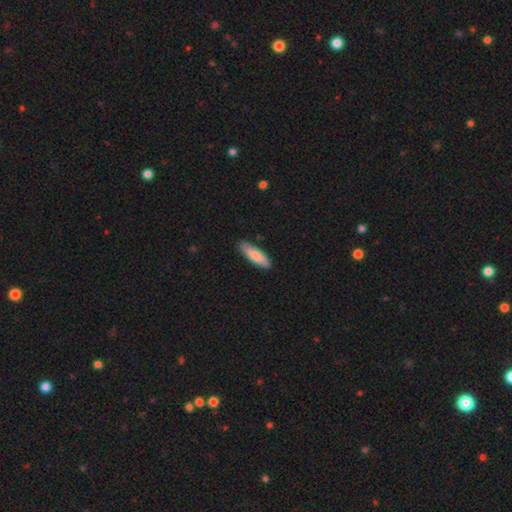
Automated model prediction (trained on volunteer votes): This is clearly a smooth galaxy (81%). How rounded: possibly cigar-shaped (58%). Merging: clearly none (85%).